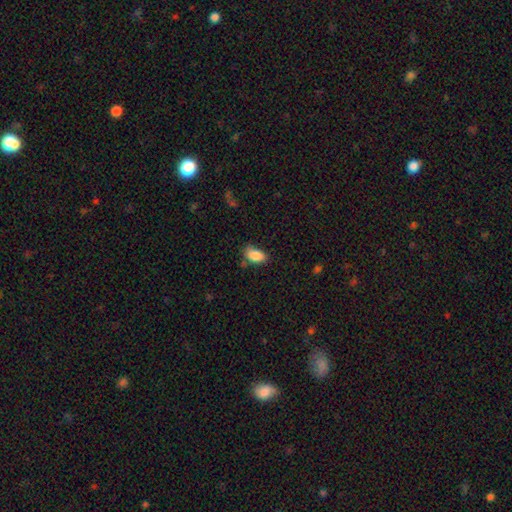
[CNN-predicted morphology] A smooth galaxy with no disk features (87%) that is in between round and cigar-shaped (91%). Merging: none (64%).